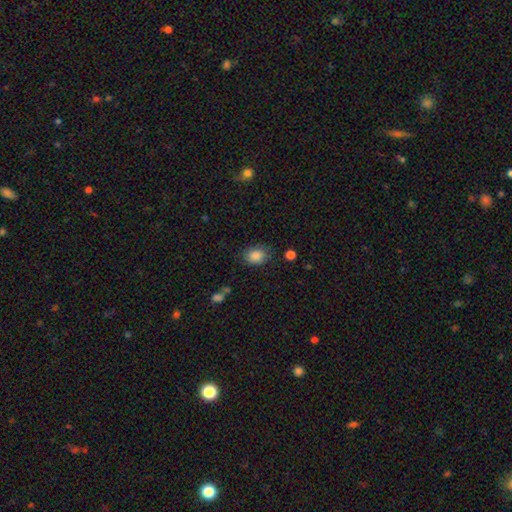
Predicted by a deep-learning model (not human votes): The model was most divided on "how rounded": in between: 57%, round: 42%, cigar-shaped: 1%. More confident: smooth or featured — smooth (86%); merging — none (78%).